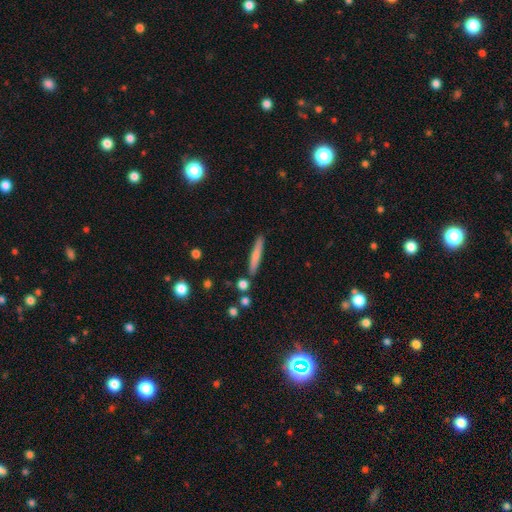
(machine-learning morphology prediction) Smooth or featured: smooth — 69% (featured or disk — 24%)
How rounded: cigar-shaped — 94% (in between — 5%)
Merging: none — 85% (minor disturbance — 9%)